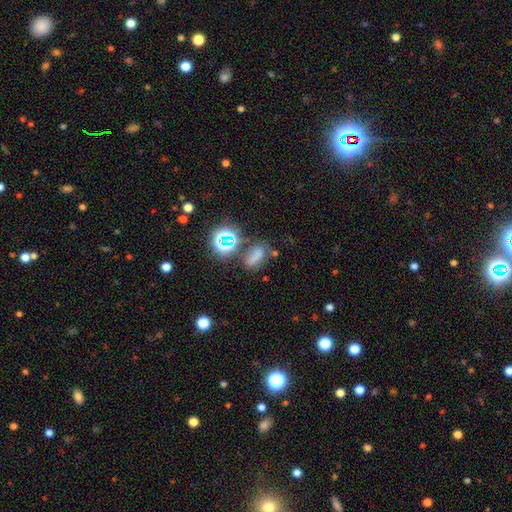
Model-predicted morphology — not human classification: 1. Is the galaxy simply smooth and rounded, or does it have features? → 55% smooth, 32% star or artifact, 13% featured or disk.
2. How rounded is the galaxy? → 69% in between, 20% round, 11% cigar-shaped.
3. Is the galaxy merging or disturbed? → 50% none, 21% minor disturbance, 16% merger, 13% major disturbance.